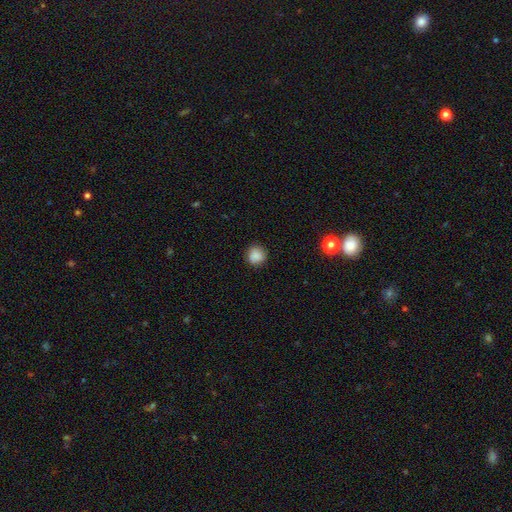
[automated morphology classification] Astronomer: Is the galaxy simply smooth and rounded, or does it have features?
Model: smooth — 86%.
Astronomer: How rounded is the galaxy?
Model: round — 90%.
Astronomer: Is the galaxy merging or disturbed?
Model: none — 86%.